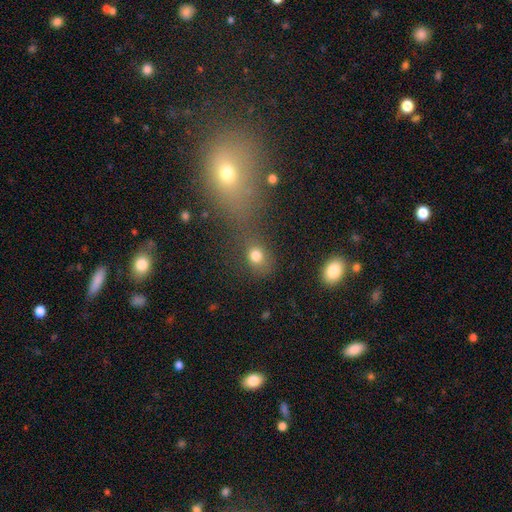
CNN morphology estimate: This appears to be a smooth galaxy with no disk features (76%) that is round (66%). Merging: none (55%).